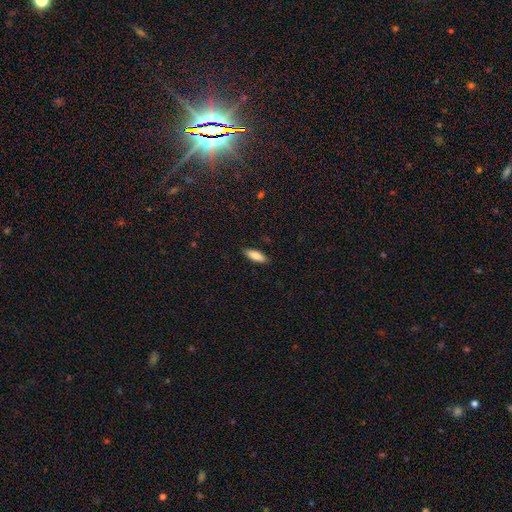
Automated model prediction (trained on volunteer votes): Q: Smooth or featured?
A: smooth (82%); runner-up: featured or disk (11%)
Q: How rounded?
A: in between (59%); runner-up: cigar-shaped (40%)
Q: Merging?
A: none (89%); runner-up: minor disturbance (8%)